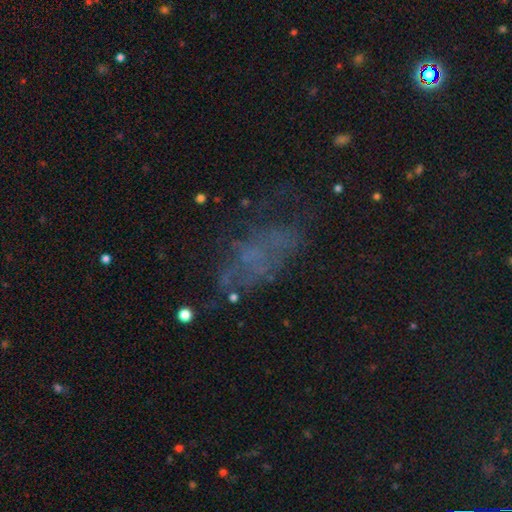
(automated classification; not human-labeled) Smooth or featured? featured or disk (35%)
Merging? none (52%)